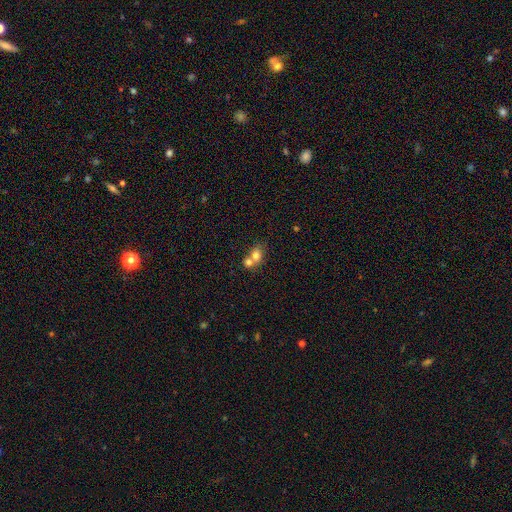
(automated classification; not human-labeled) The model was most divided on "how rounded": round: 52%, in between: 46%, cigar-shaped: 1%. More confident: smooth or featured — smooth (74%); merging — merger (63%).